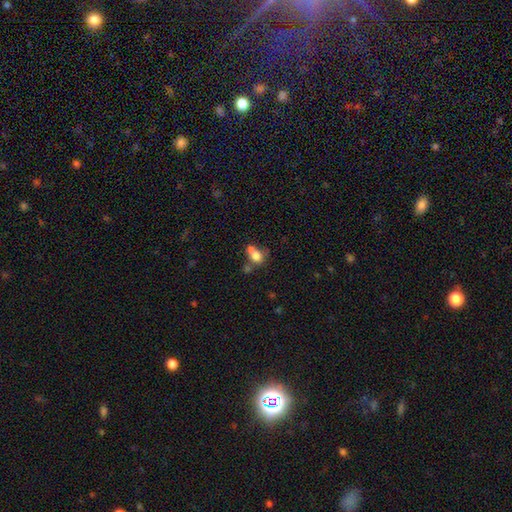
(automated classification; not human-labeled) This is likely a smooth galaxy (72%). How rounded: possibly round (56%). Merging: possibly merger (48%).